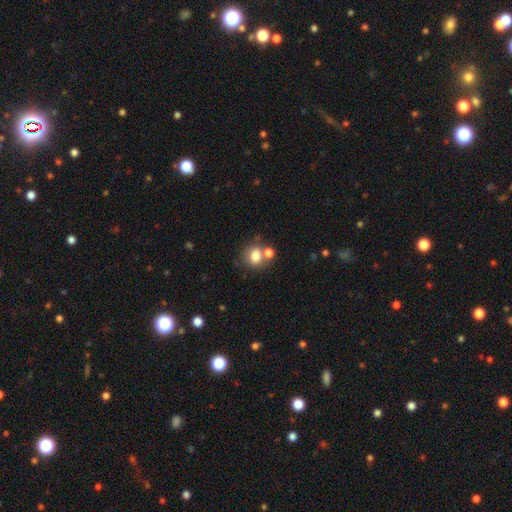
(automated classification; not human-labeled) Smooth or featured?
  - smooth: 78% *
  - star or artifact: 11%
  - featured or disk: 11%
How rounded?
  - round: 68% *
  - in between: 31%
  - cigar-shaped: 1%
Merging?
  - none: 56% *
  - merger: 29%
  - minor disturbance: 11%
  - major disturbance: 4%